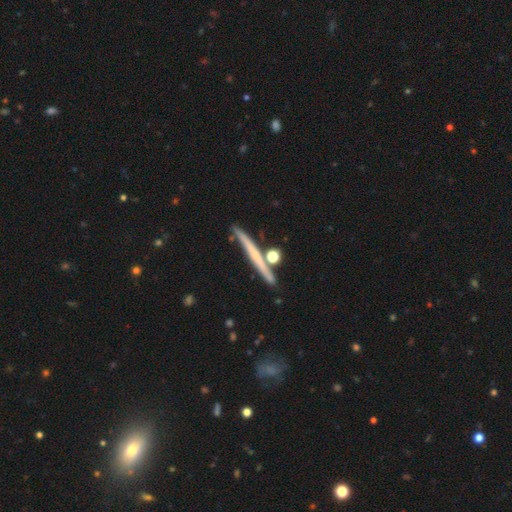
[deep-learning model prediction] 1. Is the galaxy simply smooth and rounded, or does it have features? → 56% featured or disk, 36% smooth, 7% star or artifact.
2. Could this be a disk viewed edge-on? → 96% yes, 4% no.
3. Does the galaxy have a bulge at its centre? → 72% none, 22% rounded, 6% boxy.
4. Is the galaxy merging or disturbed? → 81% none, 10% minor disturbance, 7% merger, 2% major disturbance.